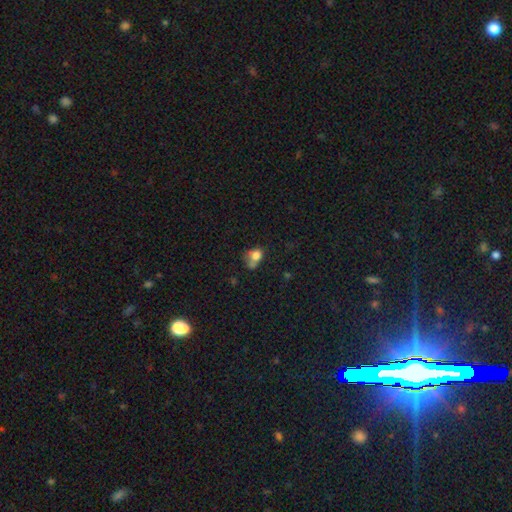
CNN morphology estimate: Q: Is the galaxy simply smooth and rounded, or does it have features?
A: smooth — 74%.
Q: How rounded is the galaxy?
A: round — 52%.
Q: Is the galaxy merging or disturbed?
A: merger — 31%.